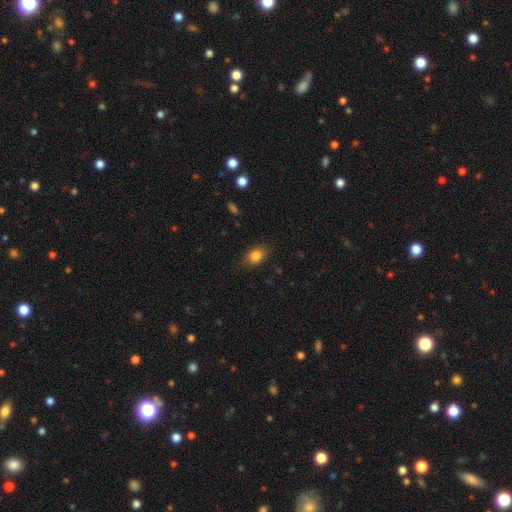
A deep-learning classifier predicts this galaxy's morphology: smooth 83%, star or artifact 10%, featured or disk 8%. Down the decision tree: how rounded — in between (71%); merging — none (80%).